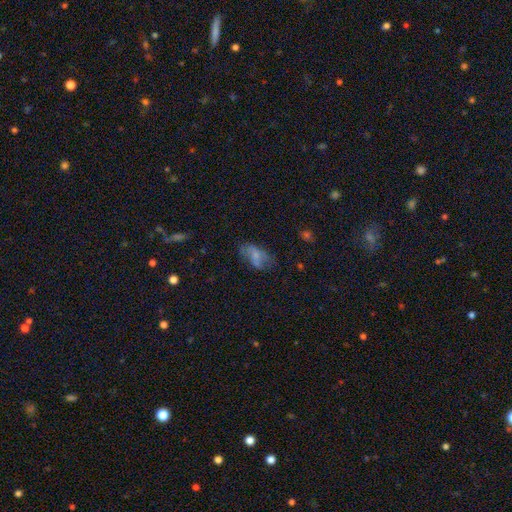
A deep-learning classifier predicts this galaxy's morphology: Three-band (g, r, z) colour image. It shows a smooth galaxy with no disk features (58%) that is in between round and cigar-shaped (89%). Merging: none (47%).